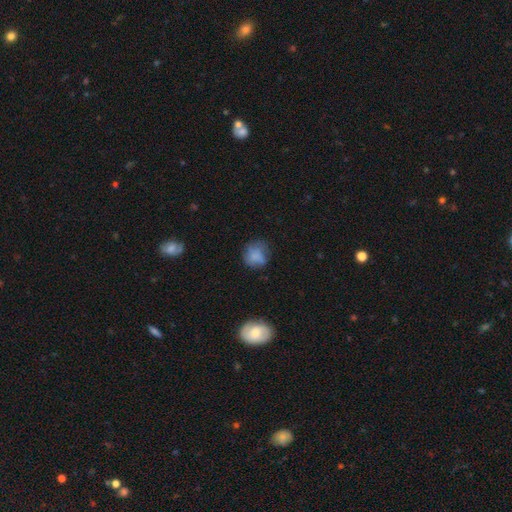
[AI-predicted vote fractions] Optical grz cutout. It shows a smooth galaxy with no disk features (72%) that is round (75%). Merging: none (56%).